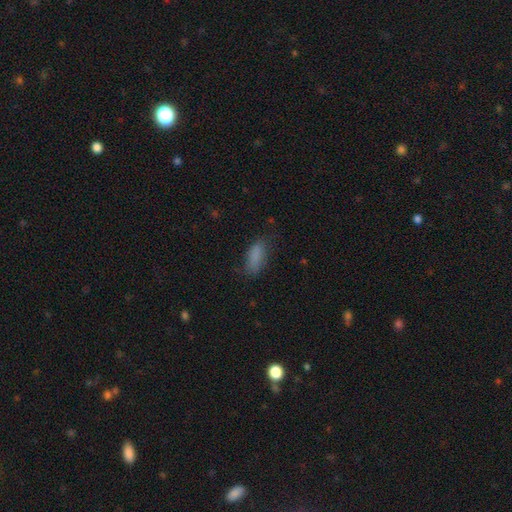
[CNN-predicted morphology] Smooth or featured: smooth — 83% (star or artifact — 9%)
How rounded: in between — 79% (cigar-shaped — 18%)
Merging: none — 64% (minor disturbance — 25%)